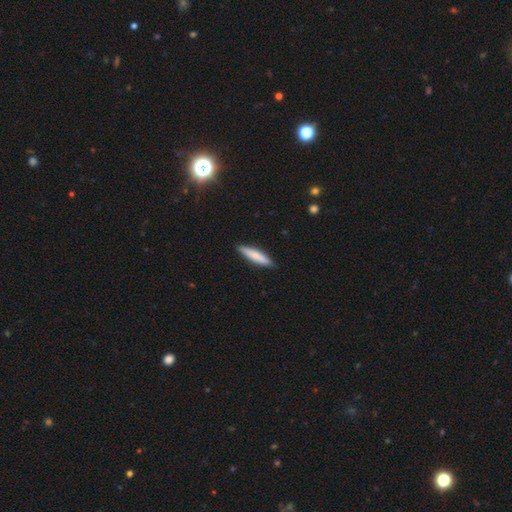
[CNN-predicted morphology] Overall: smooth (77%). How rounded: cigar-shaped (84%). Merging: none (90%).